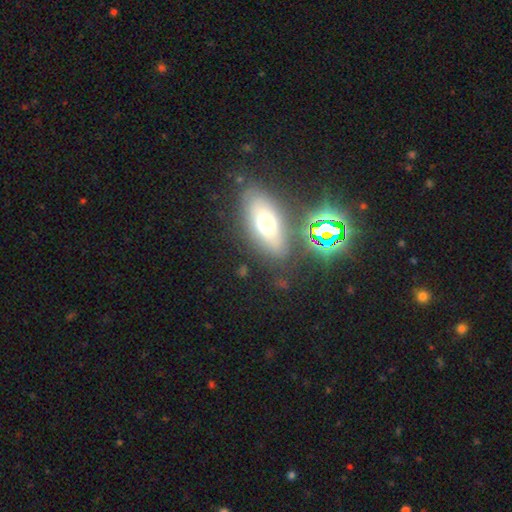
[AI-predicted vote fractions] Smooth or featured? smooth (44%)
Merging? none (73%)